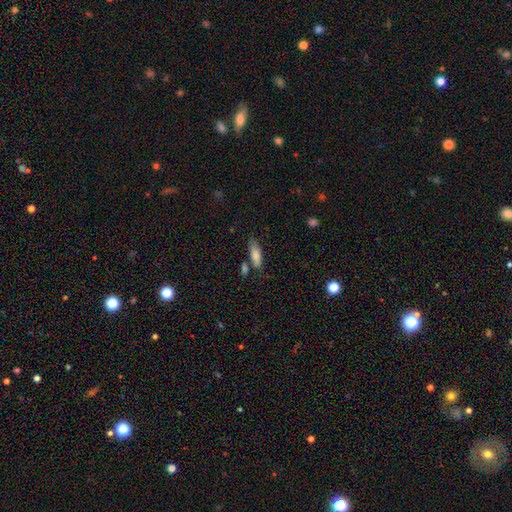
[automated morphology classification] Smooth or featured?
  - smooth: 83% *
  - featured or disk: 9%
  - star or artifact: 7%
How rounded?
  - in between: 60% *
  - cigar-shaped: 37%
  - round: 2%
Merging?
  - none: 62% *
  - minor disturbance: 20%
  - merger: 12%
  - major disturbance: 6%